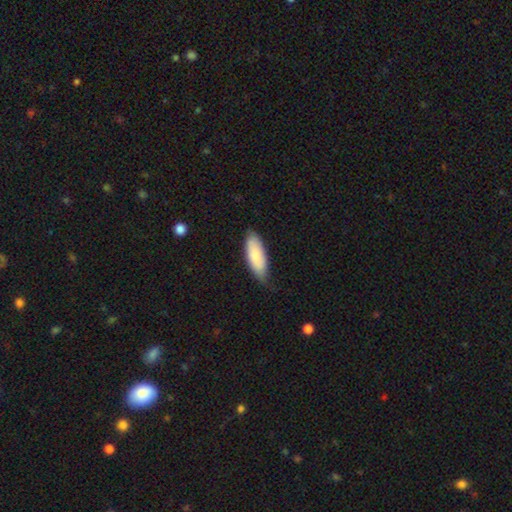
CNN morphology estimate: Overall: smooth (81%). How rounded: in between (73%). Merging: none (74%).